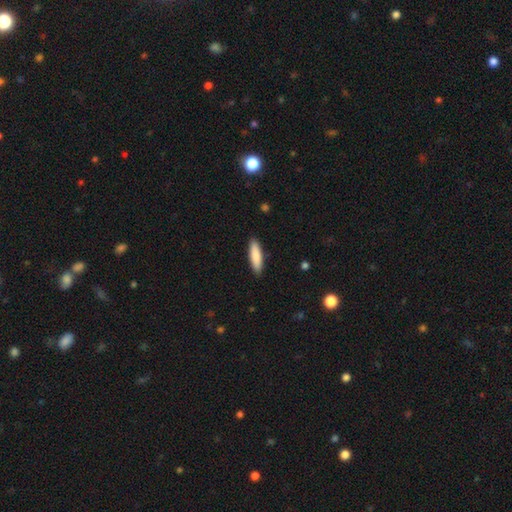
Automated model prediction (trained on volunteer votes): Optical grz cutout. It shows a smooth galaxy with no disk features (86%) that is cigar-shaped (61%). Merging: none (90%).